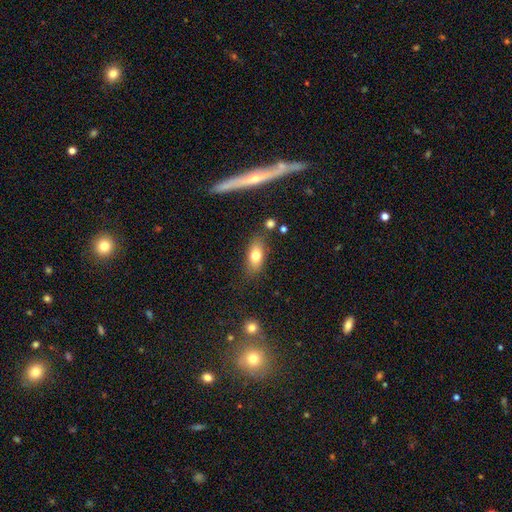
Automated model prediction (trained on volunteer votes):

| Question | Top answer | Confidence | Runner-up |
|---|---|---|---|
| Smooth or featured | smooth | 76% | featured or disk (16%) |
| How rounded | in between | 80% | cigar-shaped (13%) |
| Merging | none | 78% | minor disturbance (15%) |